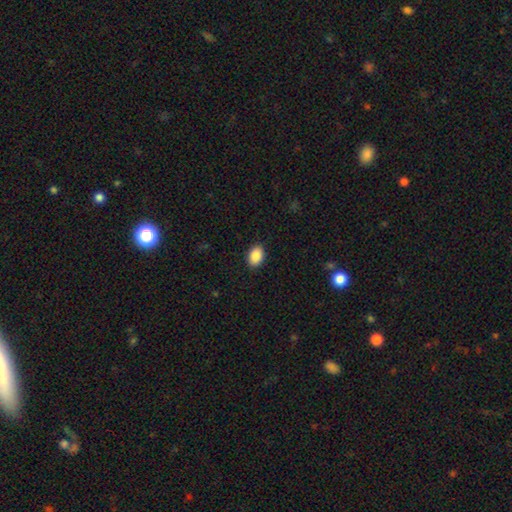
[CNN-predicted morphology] The model was most divided on "how rounded": in between: 84%, round: 15%, cigar-shaped: 1%. More confident: merging — none (90%); smooth or featured — smooth (89%).